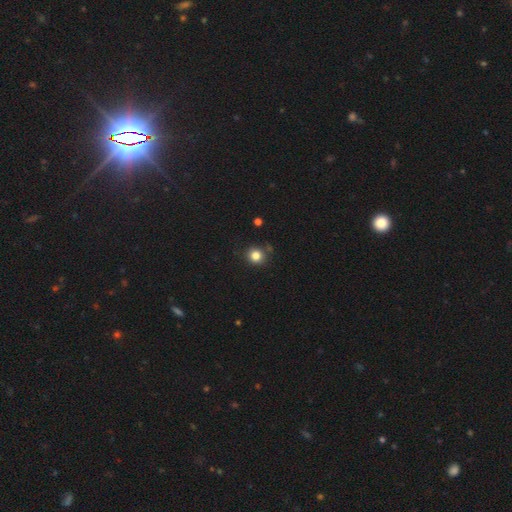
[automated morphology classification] Smooth or featured? smooth (83%)
How rounded? round (89%)
Merging? none (82%)